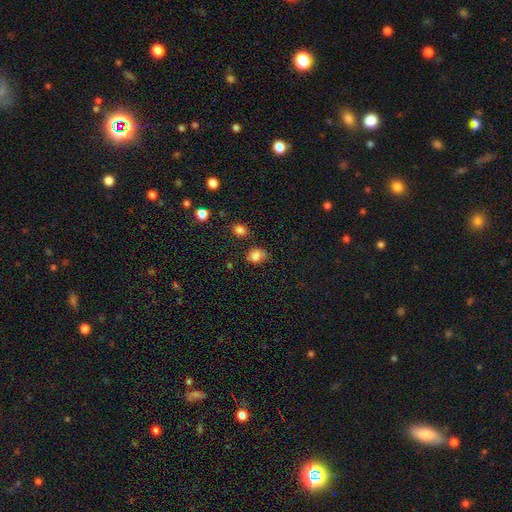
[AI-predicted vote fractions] Smooth or featured: smooth — 81% (star or artifact — 12%)
How rounded: in between — 58% (round — 40%)
Merging: none — 52% (minor disturbance — 33%)